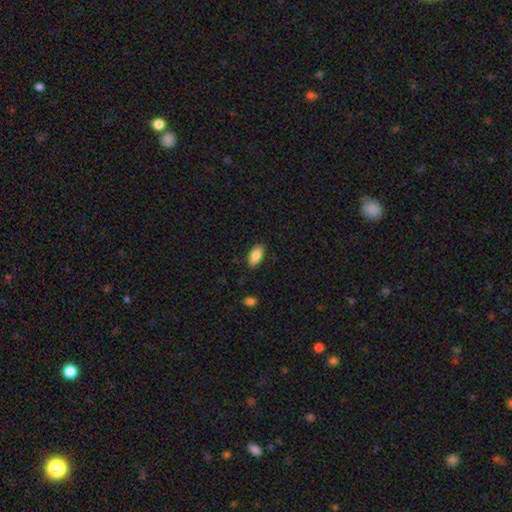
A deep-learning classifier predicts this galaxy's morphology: type=smooth (86%); roundness=in between (92%); merging=none (85%).